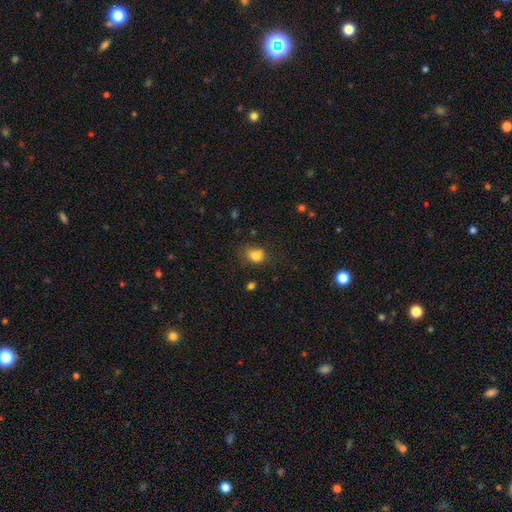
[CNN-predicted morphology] smooth 78%, star or artifact 12%, featured or disk 10%. Down the decision tree: how rounded — in between (53%); merging — none (50%).